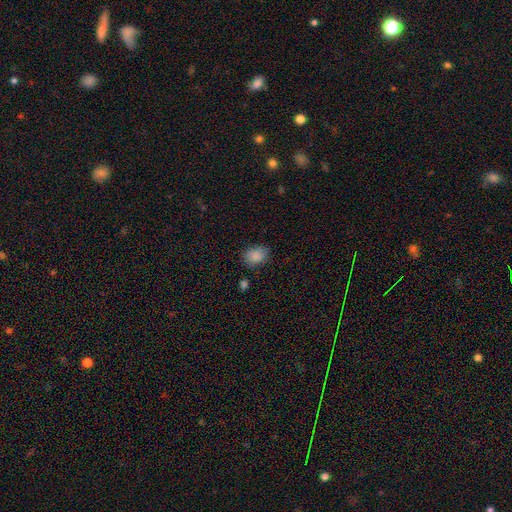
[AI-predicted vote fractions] Overall: smooth (87%). How rounded: in between (62%; round 37%). Merging: none (76%).